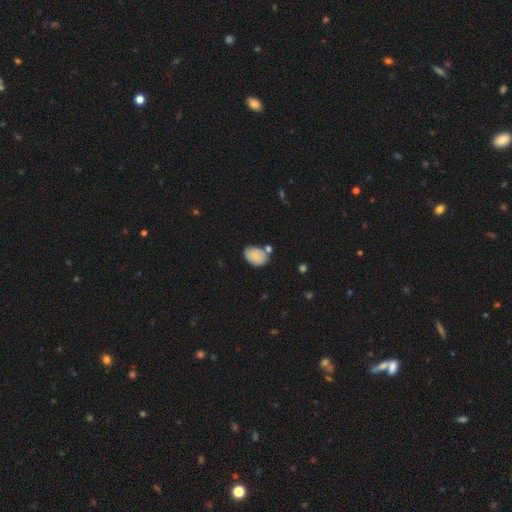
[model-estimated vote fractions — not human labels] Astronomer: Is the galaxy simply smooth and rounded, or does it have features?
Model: smooth — 83%.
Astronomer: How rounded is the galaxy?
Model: in between — 83%.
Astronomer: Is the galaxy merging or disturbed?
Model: none — 60%.